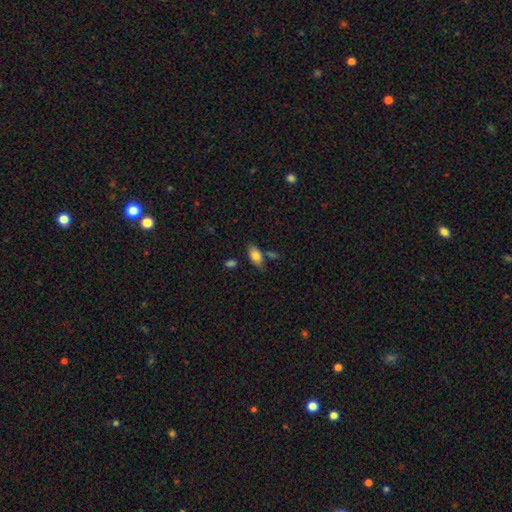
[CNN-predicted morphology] Q: Smooth or featured?
A: smooth (79%); runner-up: featured or disk (14%)
Q: How rounded?
A: in between (88%); runner-up: cigar-shaped (9%)
Q: Merging?
A: none (72%); runner-up: minor disturbance (16%)